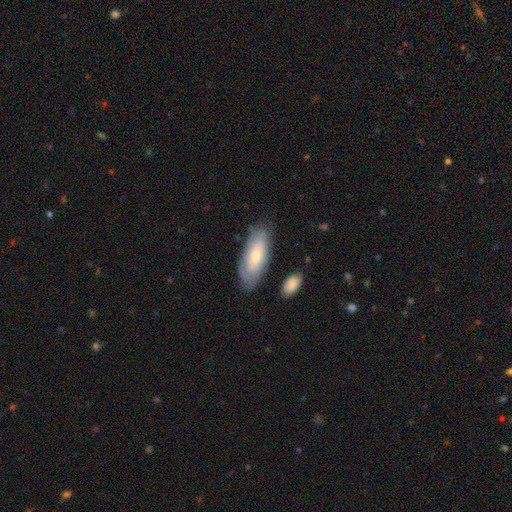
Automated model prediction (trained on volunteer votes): The model was most divided on "smooth or featured": smooth: 58%, featured or disk: 36%, star or artifact: 6%. More confident: how rounded — in between (77%); merging — none (72%).